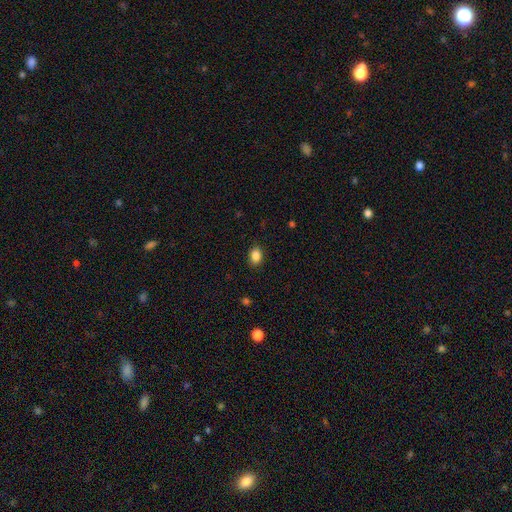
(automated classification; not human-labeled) Smooth or featured: smooth — 87% (star or artifact — 9%)
How rounded: in between — 72% (round — 27%)
Merging: none — 87% (minor disturbance — 9%)